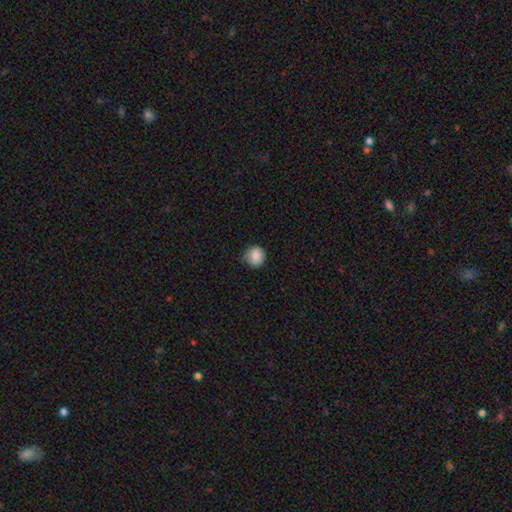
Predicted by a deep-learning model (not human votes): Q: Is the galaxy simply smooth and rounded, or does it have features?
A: smooth — 86%.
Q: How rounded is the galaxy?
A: round — 85%.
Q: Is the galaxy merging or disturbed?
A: none — 66%.